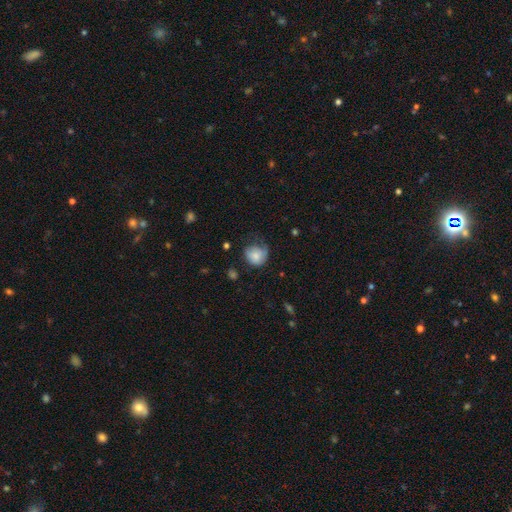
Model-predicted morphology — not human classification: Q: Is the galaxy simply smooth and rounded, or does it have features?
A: smooth — 73%.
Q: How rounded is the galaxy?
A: round — 74%.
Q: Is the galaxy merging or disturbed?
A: none — 41%.